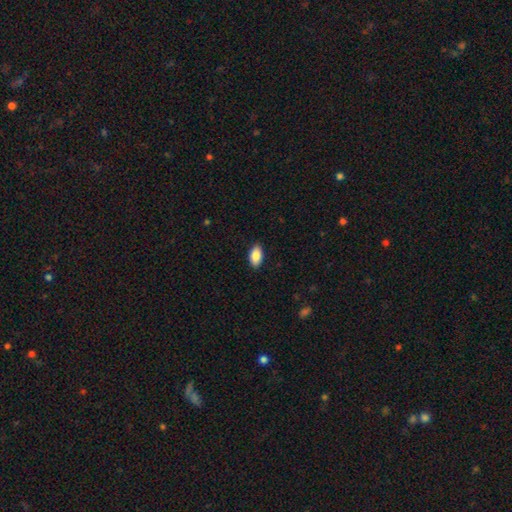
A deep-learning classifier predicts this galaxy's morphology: This appears to be a smooth galaxy with no disk features (88%) that is in between round and cigar-shaped (93%). Merging: none (89%).